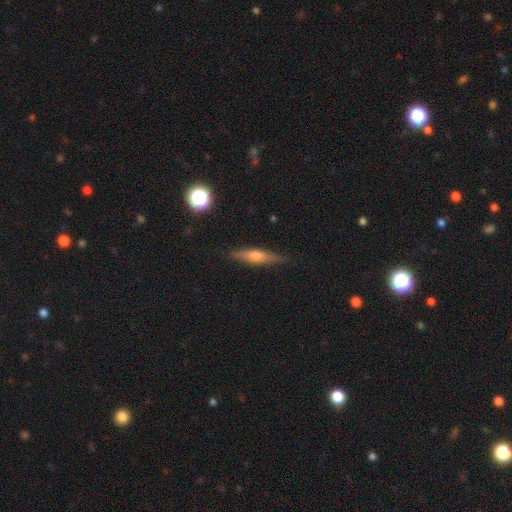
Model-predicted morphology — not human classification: Smooth or featured?
  - featured or disk: 52% *
  - smooth: 40%
  - star or artifact: 8%
Edge-on disk?
  - yes: 94% *
  - no: 6%
Merging?
  - none: 86% *
  - minor disturbance: 11%
  - major disturbance: 2%
  - merger: 1%